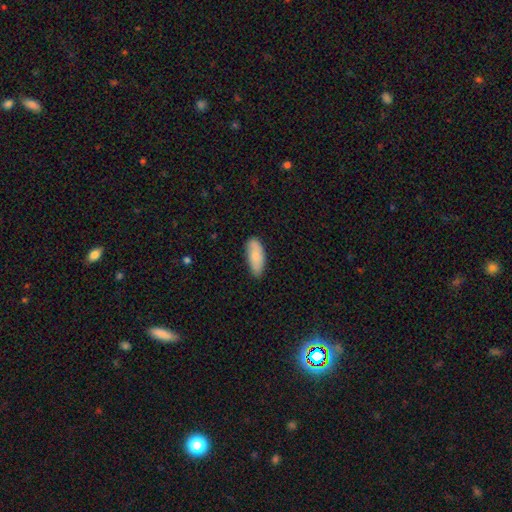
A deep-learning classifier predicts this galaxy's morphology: Smooth or featured: smooth — 81% (featured or disk — 13%)
How rounded: in between — 82% (cigar-shaped — 16%)
Merging: none — 78% (minor disturbance — 18%)